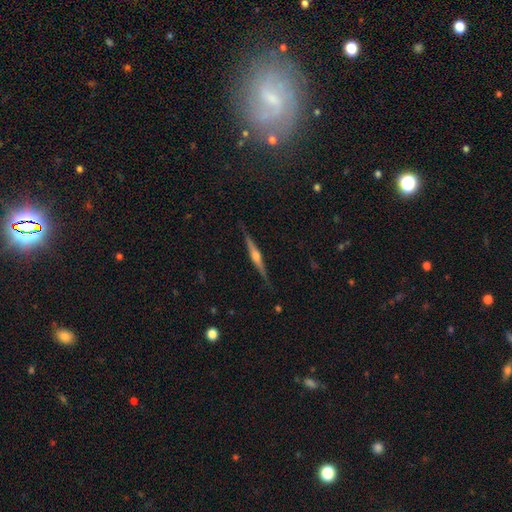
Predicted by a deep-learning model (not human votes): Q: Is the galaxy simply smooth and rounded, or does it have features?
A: featured or disk — 79%.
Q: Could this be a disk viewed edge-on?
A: yes — 98%.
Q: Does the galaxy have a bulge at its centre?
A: rounded — 89%.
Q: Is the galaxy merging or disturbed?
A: none — 88%.